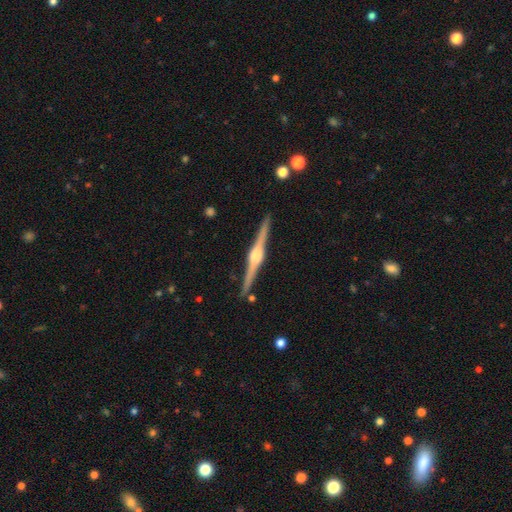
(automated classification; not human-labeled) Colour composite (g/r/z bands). It shows a featured or disk galaxy (89%) viewed edge-on (99%) with a rounded central bulge (88%). Merging: none (90%).